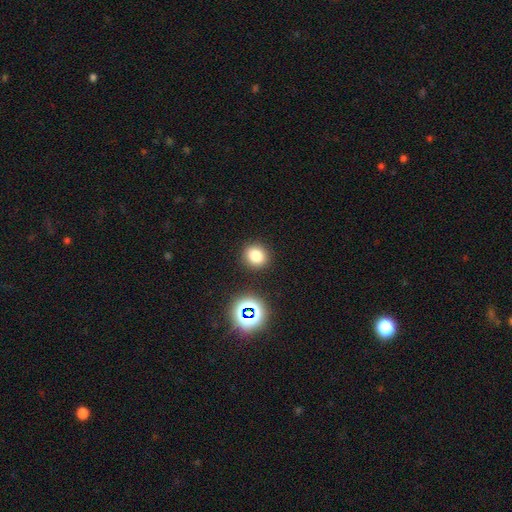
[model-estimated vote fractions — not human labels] smooth_or_featured: smooth (p=0.78) [alt: star or artifact p=0.16]
how_rounded: round (p=0.79) [alt: in between p=0.20]
merging: none (p=0.88) [alt: minor disturbance p=0.07]